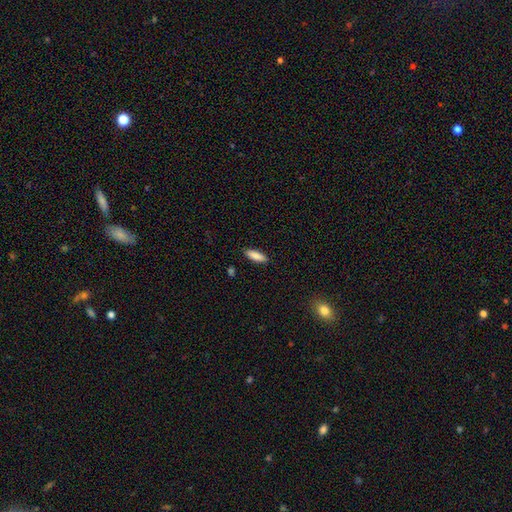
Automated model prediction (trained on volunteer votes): A smooth galaxy with no disk features (87%) that is in between round and cigar-shaped (54%). Merging: none (88%).